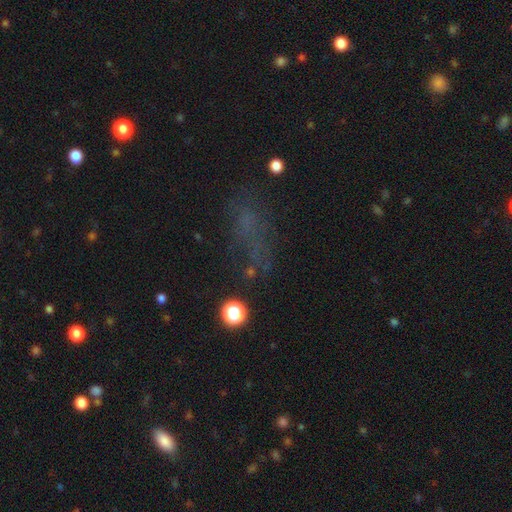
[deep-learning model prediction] This is marginally a smooth galaxy (45%). Merging: possibly none (50%).